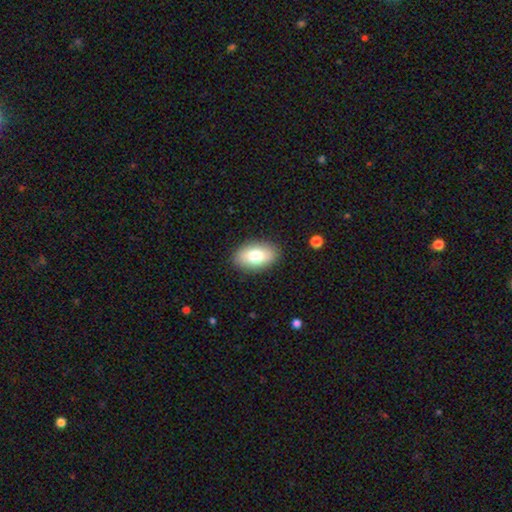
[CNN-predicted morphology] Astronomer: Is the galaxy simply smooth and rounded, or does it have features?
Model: smooth — 78%.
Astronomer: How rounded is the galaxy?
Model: in between — 92%.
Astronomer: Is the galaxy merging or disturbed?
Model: none — 88%.